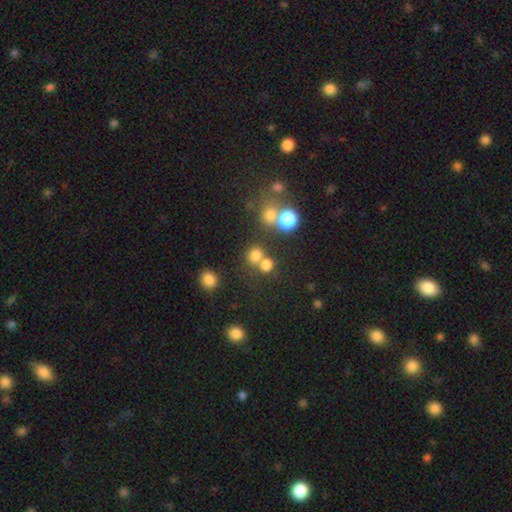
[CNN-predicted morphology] A smooth galaxy with no disk features (74%) that is round (82%). Merging: none (56%).